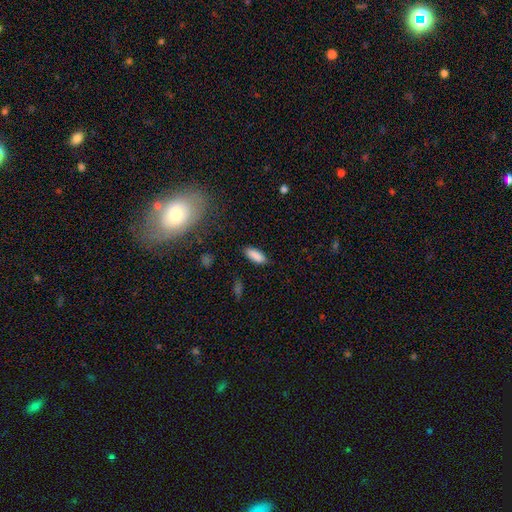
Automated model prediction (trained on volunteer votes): Overall: smooth (88%). How rounded: in between (75%). Merging: none (86%).